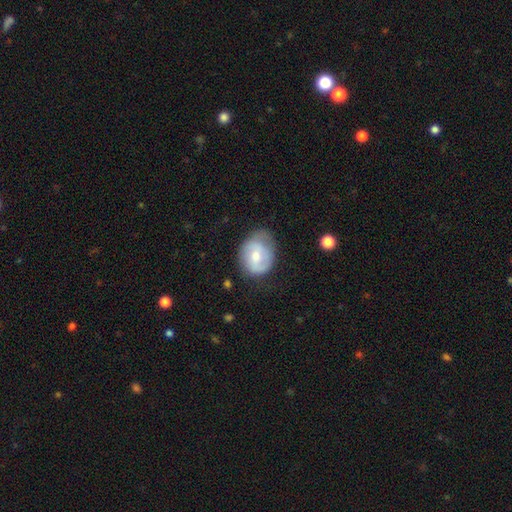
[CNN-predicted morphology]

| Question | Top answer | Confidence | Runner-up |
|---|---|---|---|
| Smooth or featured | featured or disk | 50% | smooth (44%) |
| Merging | none | 54% | minor disturbance (32%) |